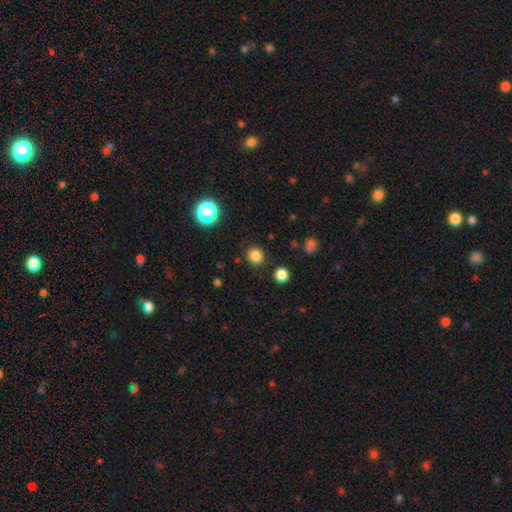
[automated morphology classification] Smooth or featured: smooth — 83% (star or artifact — 13%)
How rounded: round — 91% (in between — 8%)
Merging: none — 90% (minor disturbance — 6%)